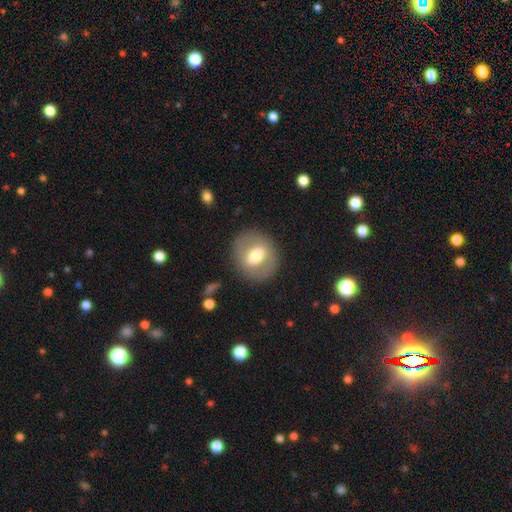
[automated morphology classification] A smooth galaxy with no disk features (53%) that is round (68%). Merging: none (84%).